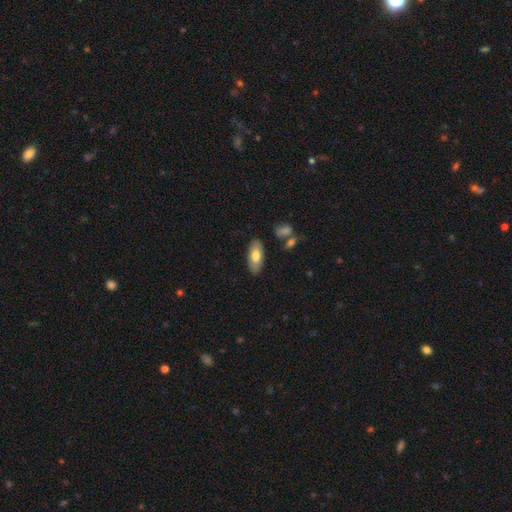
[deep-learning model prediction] The model was most divided on "smooth or featured": smooth: 72%, featured or disk: 22%, star or artifact: 6%. More confident: how rounded — in between (89%); merging — none (84%).